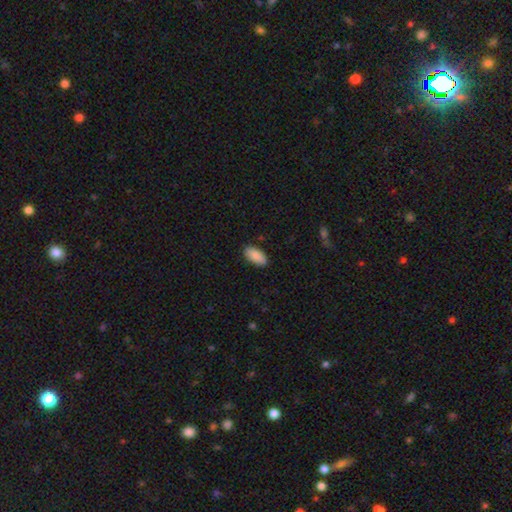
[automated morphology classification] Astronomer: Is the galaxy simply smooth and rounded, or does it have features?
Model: smooth — 89%.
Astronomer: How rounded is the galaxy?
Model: in between — 91%.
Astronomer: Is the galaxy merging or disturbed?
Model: none — 88%.